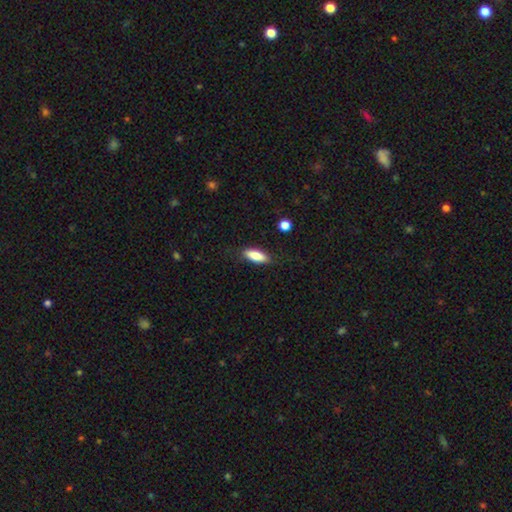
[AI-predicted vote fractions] Smooth or featured? Predicted: smooth (p=0.82). How rounded? Predicted: in between (p=0.75). Merging? Predicted: none (p=0.84).